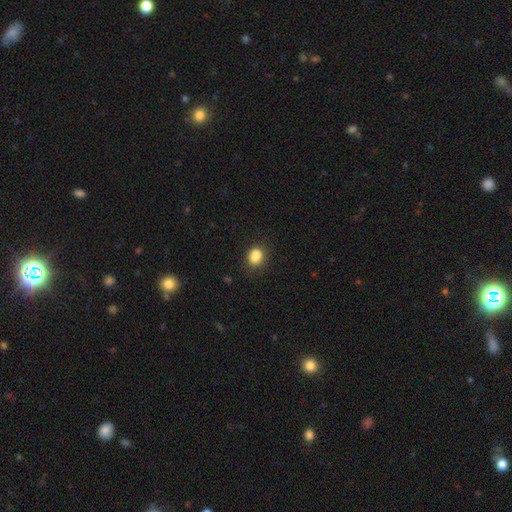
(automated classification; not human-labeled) Overall: smooth (86%). How rounded: in between (60%; round 39%). Merging: none (79%).